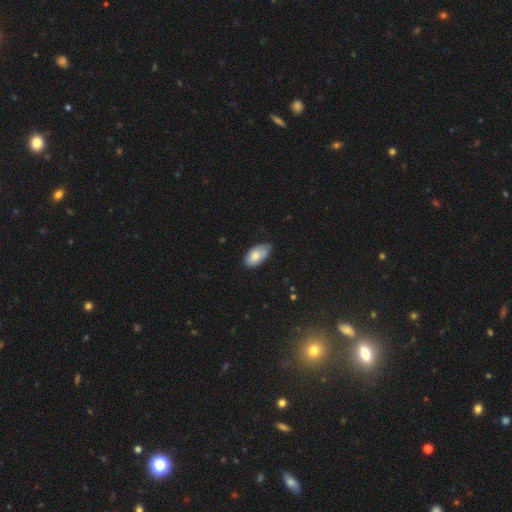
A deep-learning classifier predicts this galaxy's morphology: This is likely a smooth galaxy (79%). How rounded: clearly in between (95%). Merging: likely none (63%).